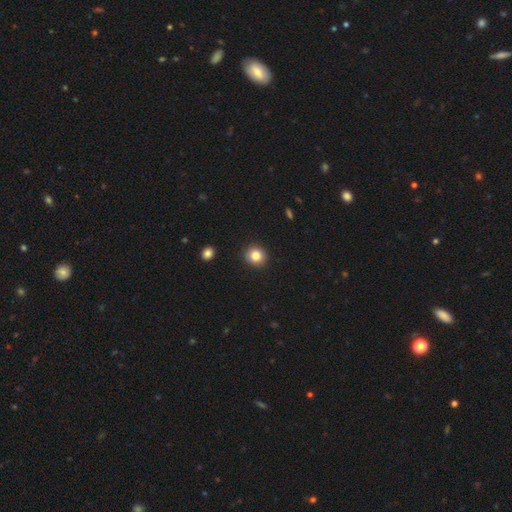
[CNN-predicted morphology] Smooth or featured: smooth — 84% (star or artifact — 10%)
How rounded: round — 88% (in between — 12%)
Merging: none — 92% (minor disturbance — 5%)